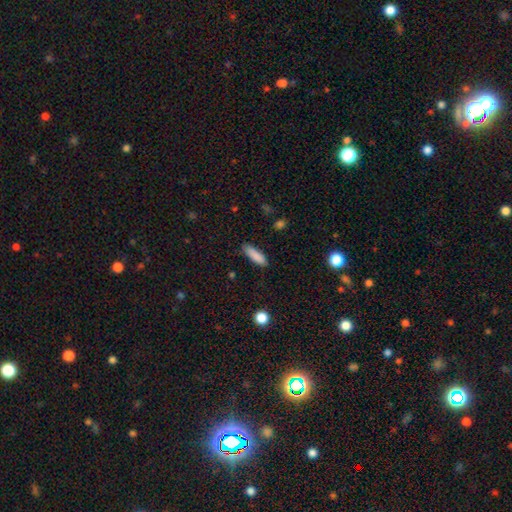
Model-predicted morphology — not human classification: This appears to be a smooth galaxy with no disk features (87%) that is cigar-shaped (58%). Merging: none (84%).